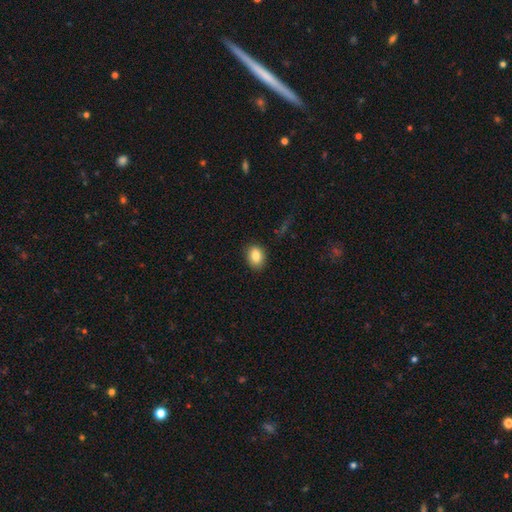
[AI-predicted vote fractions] smooth_or_featured: smooth (p=0.84) [alt: star or artifact p=0.09]
how_rounded: in between (p=0.66) [alt: round p=0.33]
merging: none (p=0.87) [alt: minor disturbance p=0.10]